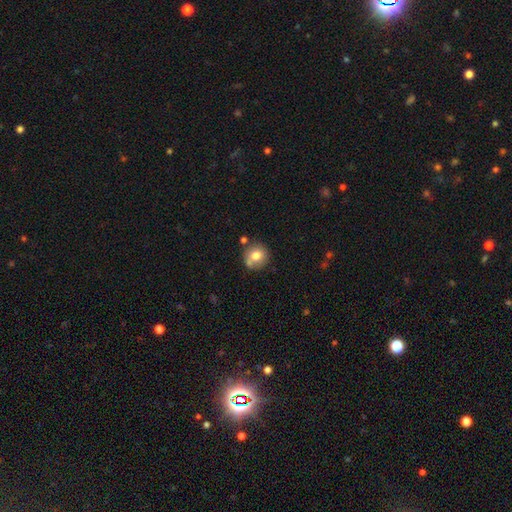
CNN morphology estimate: Smooth or featured? smooth (75%)
How rounded? round (87%)
Merging? none (65%)